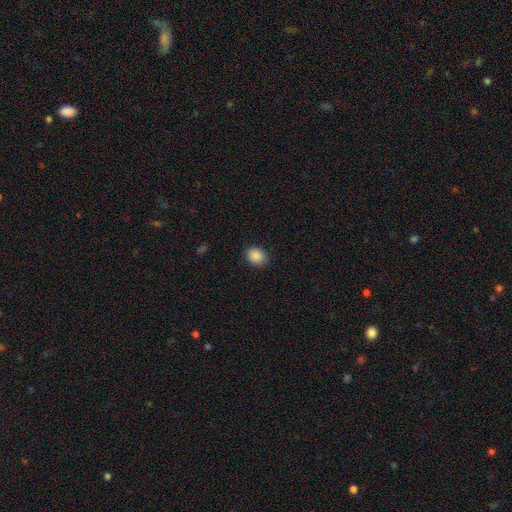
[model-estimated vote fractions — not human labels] This is clearly a smooth galaxy (88%). How rounded: possibly round (53%). Merging: clearly none (86%).